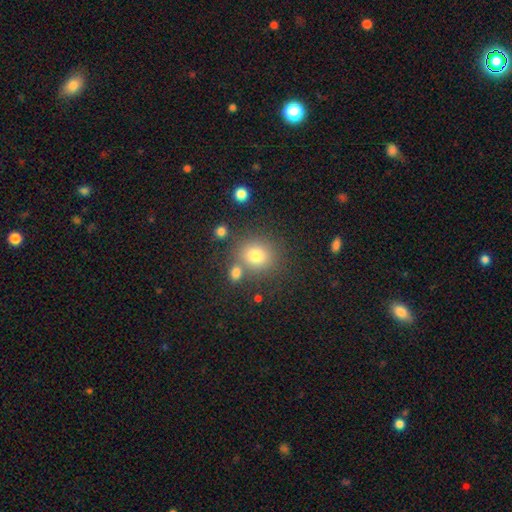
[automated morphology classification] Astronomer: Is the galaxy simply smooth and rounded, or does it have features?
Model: smooth — 77%.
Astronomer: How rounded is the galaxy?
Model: round — 78%.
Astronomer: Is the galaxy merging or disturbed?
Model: none — 70%.